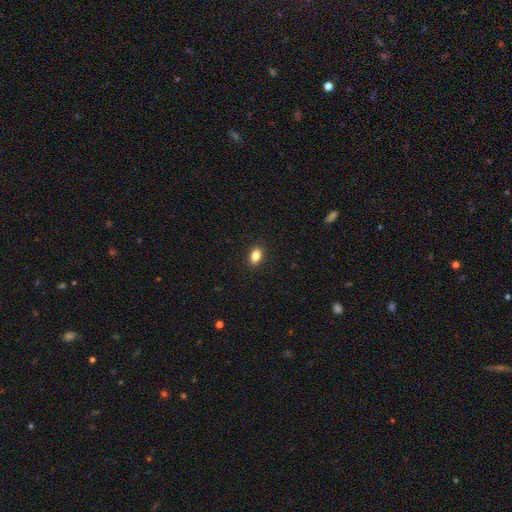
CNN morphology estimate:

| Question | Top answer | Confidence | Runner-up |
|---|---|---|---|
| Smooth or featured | smooth | 85% | star or artifact (9%) |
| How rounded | in between | 84% | round (14%) |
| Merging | none | 90% | minor disturbance (7%) |